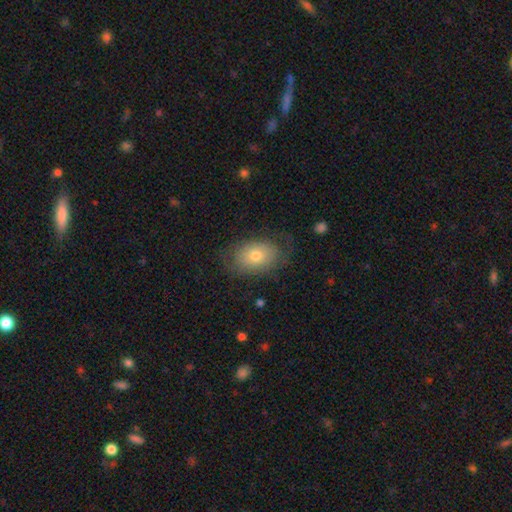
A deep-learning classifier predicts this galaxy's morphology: This appears to be a smooth galaxy with no disk features (68%) that is in between round and cigar-shaped (80%). Merging: none (69%).